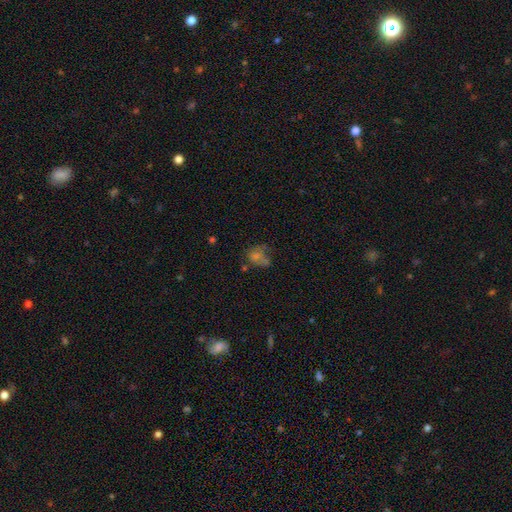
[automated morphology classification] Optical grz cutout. It shows a smooth galaxy with no disk features (44%). Merging: none (40%).